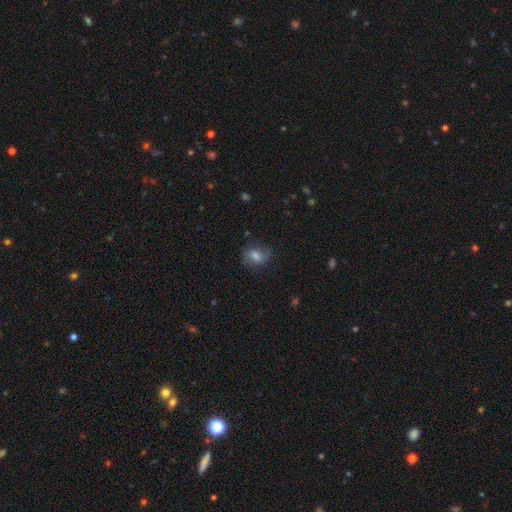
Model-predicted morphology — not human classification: Smooth or featured? smooth (57%)
How rounded? in between (52%)
Merging? none (72%)